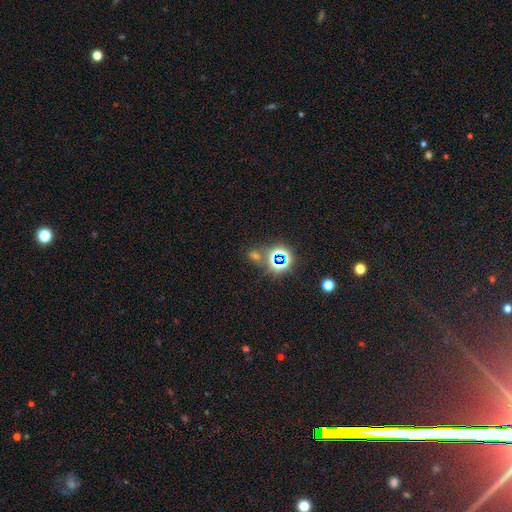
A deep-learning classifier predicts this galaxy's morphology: This appears to be a star or artifact, not a galaxy (69%).